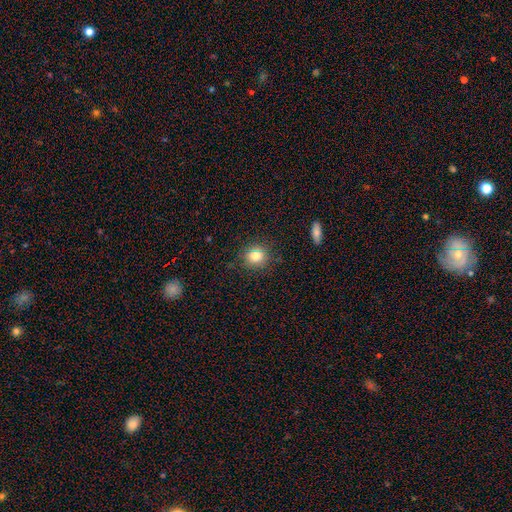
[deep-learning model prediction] The model was most divided on "how rounded": round: 82%, in between: 17%, cigar-shaped: 1%. More confident: merging — none (86%); smooth or featured — smooth (79%).